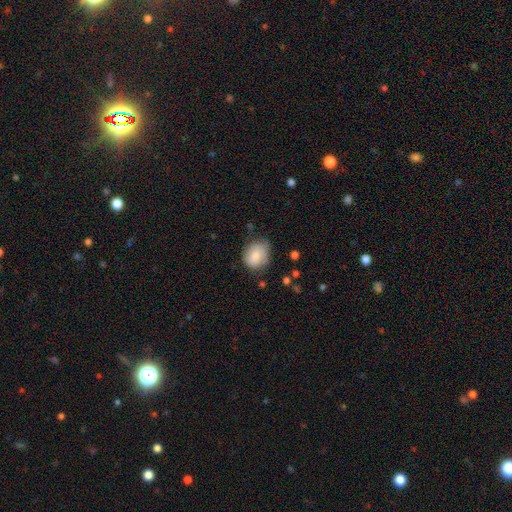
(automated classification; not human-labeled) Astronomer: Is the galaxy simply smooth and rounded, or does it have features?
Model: smooth — 74%.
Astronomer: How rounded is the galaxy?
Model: round — 59% (runner-up: in between, 40%).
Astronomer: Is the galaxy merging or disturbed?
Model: none — 61%.